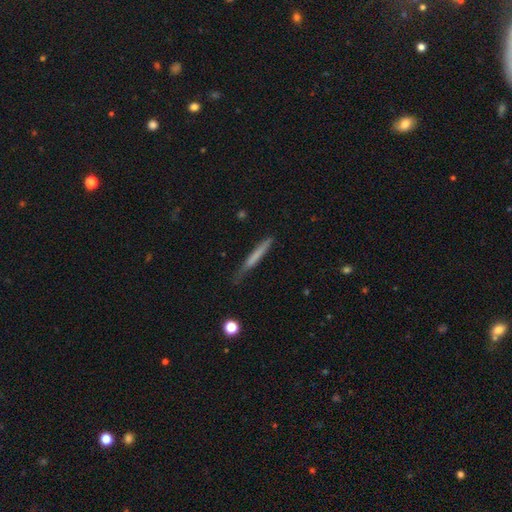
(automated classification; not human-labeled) Overall: smooth (61%; featured or disk 33%). How rounded: cigar-shaped (95%). Merging: none (68%).